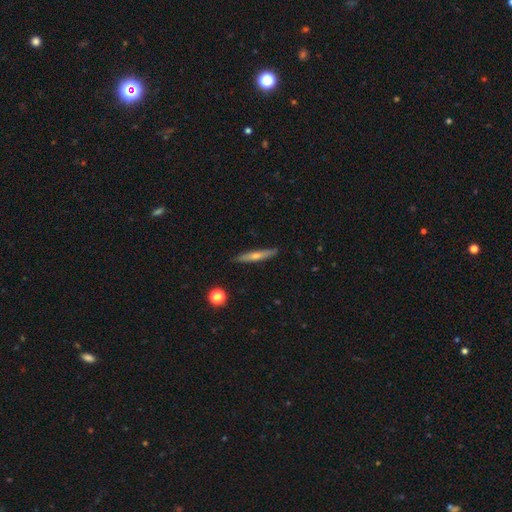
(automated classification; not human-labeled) smooth-or-featured: featured or disk: 50% | smooth: 43% | star or artifact: 7%
  merging: none: 90% | minor disturbance: 7% | major disturbance: 1% | merger: 1%